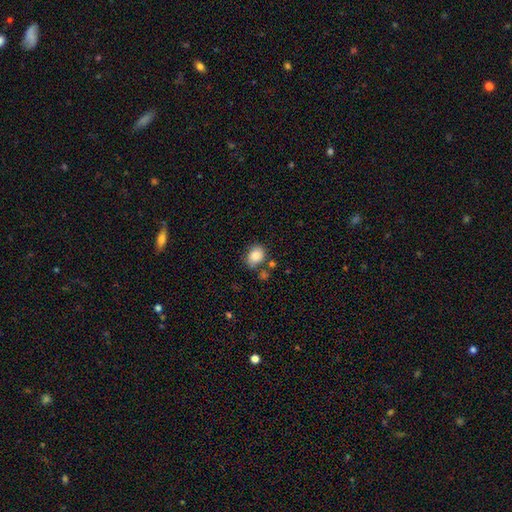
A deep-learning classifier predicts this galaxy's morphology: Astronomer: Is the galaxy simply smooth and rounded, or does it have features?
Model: smooth — 84%.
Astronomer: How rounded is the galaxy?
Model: round — 51% (runner-up: in between, 48%).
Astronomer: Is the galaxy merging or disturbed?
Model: none — 63%.